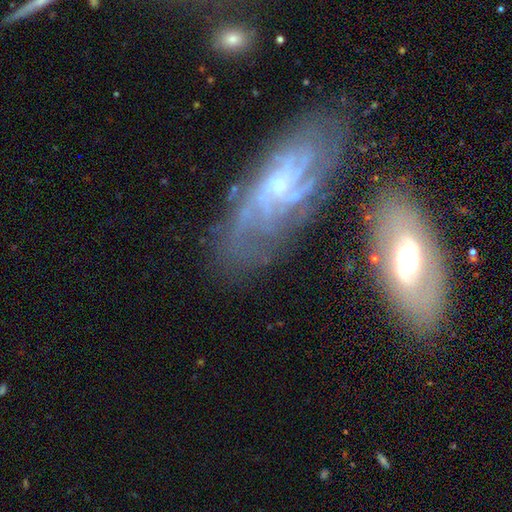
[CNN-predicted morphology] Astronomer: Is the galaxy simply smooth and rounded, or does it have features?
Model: featured or disk — 71%.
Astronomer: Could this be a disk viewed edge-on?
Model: no — 86%.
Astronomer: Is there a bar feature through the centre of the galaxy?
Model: no — 58% (runner-up: weak, 34%).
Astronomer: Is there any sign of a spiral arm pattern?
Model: yes — 83%.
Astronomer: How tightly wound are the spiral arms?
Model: tight — 54% (runner-up: medium, 34%).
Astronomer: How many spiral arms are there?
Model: can't tell — 49%.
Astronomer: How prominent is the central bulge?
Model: small — 55% (runner-up: moderate, 31%).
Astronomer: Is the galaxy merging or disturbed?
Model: none — 67%.